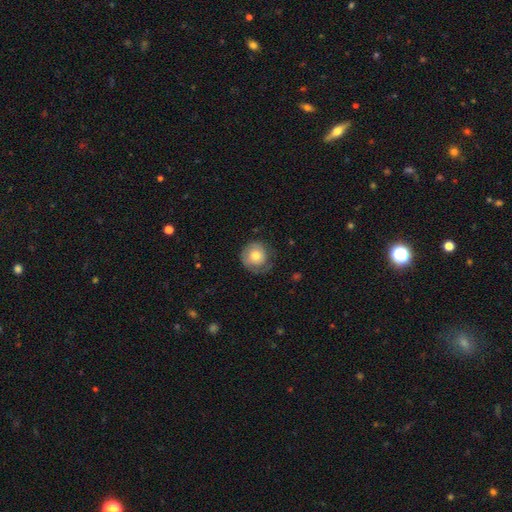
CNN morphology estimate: This appears to be a smooth galaxy with no disk features (66%) that is round (90%). Merging: none (62%).